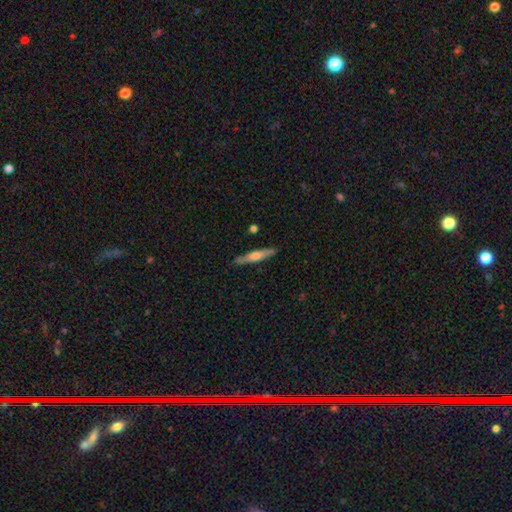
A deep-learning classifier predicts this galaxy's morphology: Smooth or featured: featured or disk — 51% (smooth — 43%)
Edge-on disk: yes — 94% (no — 6%)
Merging: none — 86% (minor disturbance — 10%)